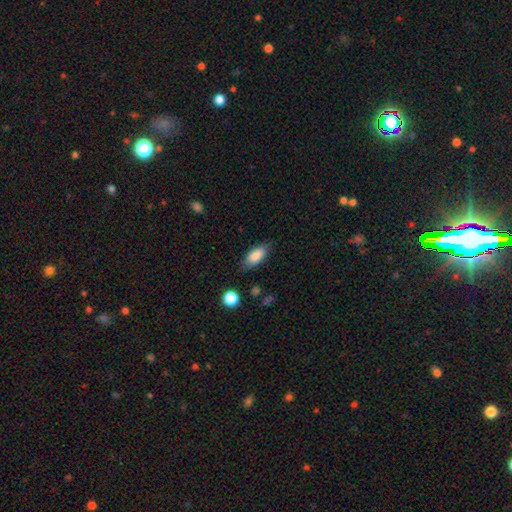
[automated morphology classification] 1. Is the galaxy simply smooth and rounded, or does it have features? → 86% smooth, 8% featured or disk, 7% star or artifact.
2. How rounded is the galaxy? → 87% in between, 10% cigar-shaped, 3% round.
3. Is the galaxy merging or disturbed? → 80% none, 15% minor disturbance, 4% major disturbance, 2% merger.